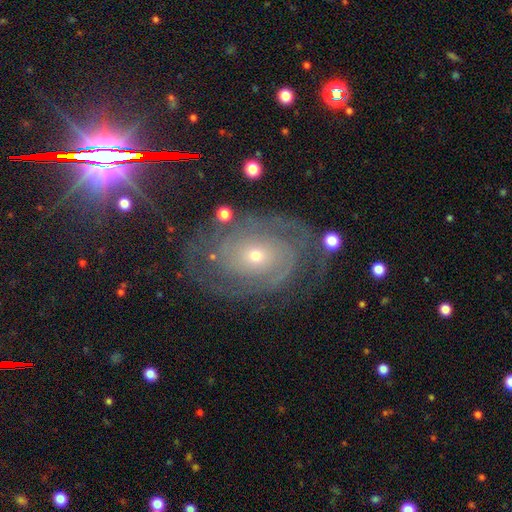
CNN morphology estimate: Smooth or featured? featured or disk (82%)
Edge-on disk? no (96%)
Bar? no (78%)
Spiral arms? yes (95%)
Spiral winding? tight (72%)
Spiral arm count? 2 (45%)
Bulge size? small (69%)
Merging? none (75%)